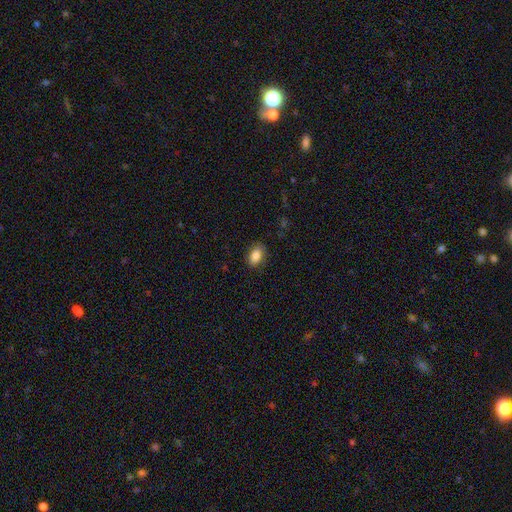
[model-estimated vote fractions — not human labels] Smooth or featured? Predicted: smooth (p=0.86). How rounded? Predicted: in between (p=0.87). Merging? Predicted: none (p=0.86).